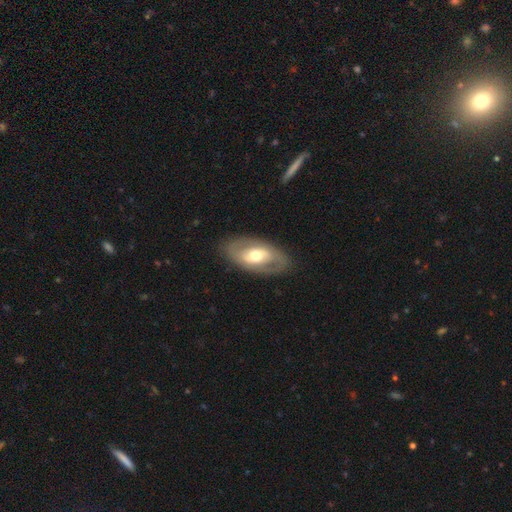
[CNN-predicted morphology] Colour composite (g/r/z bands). It shows a featured or disk galaxy (64%) with no bar (49%), no spiral arms (51%) and a moderate central bulge (68%). Merging: none (82%).